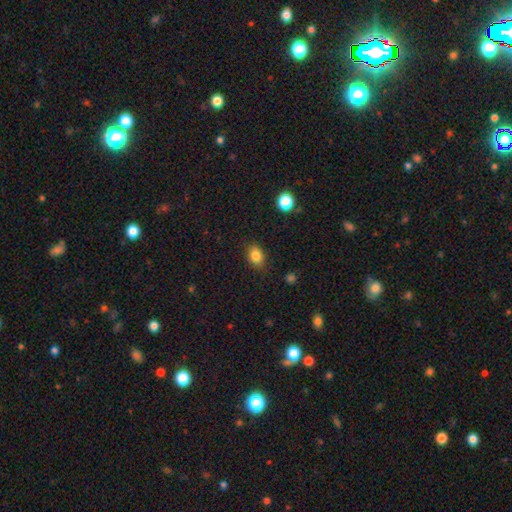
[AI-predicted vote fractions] smooth 83%, star or artifact 10%, featured or disk 7%. Down the decision tree: how rounded — in between (70%); merging — none (84%).